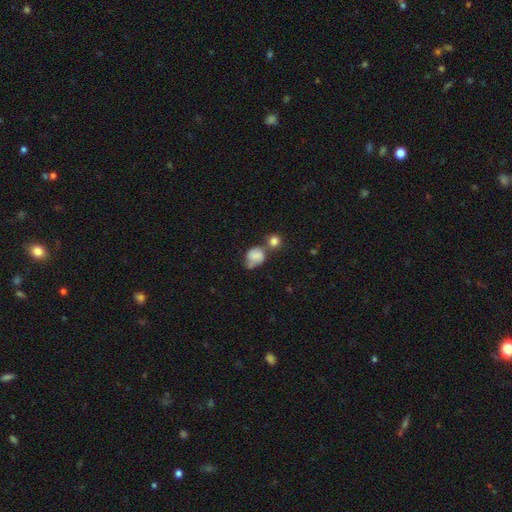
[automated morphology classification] Smooth or featured? smooth (76%)
How rounded? round (54%)
Merging? none (33%)